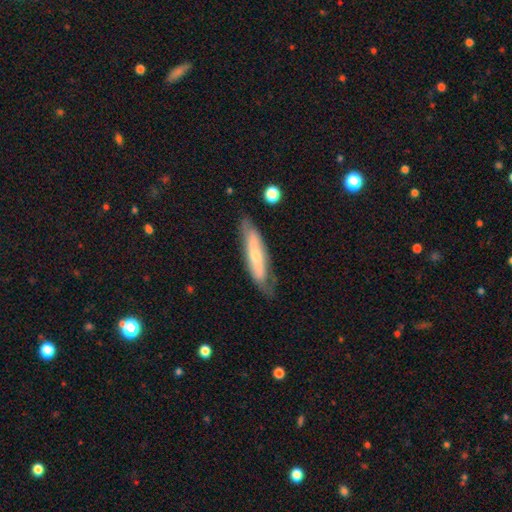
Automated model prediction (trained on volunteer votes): smooth_or_featured: featured or disk (p=0.52) [alt: smooth p=0.42]
disk_edge_on: no (p=0.52) [alt: yes p=0.48]
merging: none (p=0.69) [alt: minor disturbance p=0.22]